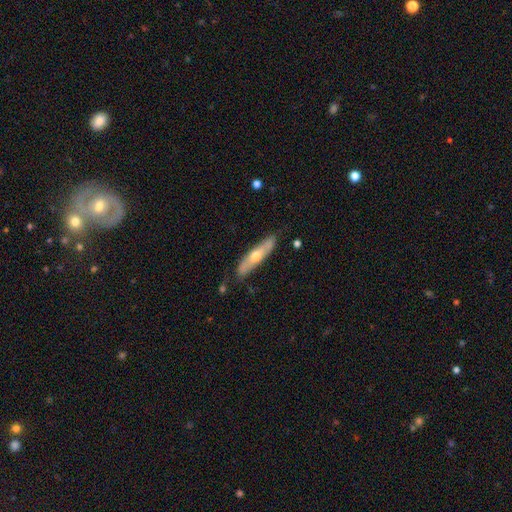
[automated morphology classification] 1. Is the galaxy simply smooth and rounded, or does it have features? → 51% featured or disk, 44% smooth, 5% star or artifact.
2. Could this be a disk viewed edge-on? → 66% yes, 34% no.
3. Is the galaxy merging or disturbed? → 80% none, 15% minor disturbance, 3% major disturbance, 2% merger.